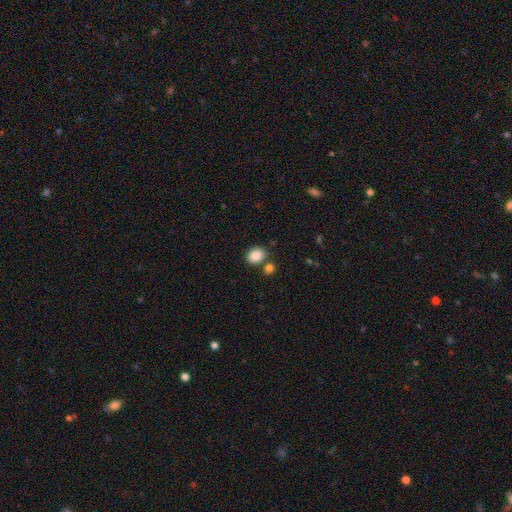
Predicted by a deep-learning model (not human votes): Smooth or featured? Predicted: smooth (p=0.87). How rounded? Predicted: round (p=0.52). Merging? Predicted: none (p=0.73).